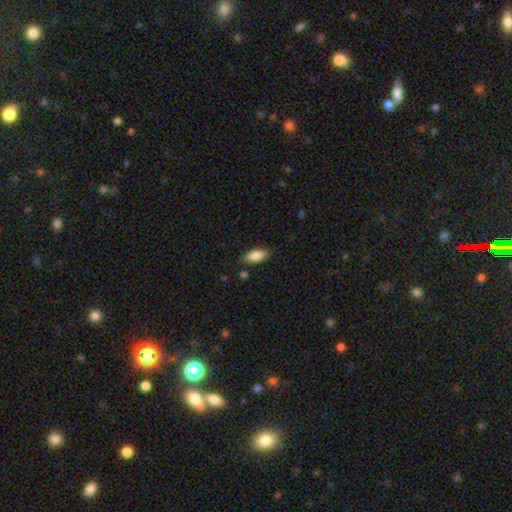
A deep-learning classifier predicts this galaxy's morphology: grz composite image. It shows a smooth galaxy with no disk features (84%) that is in between round and cigar-shaped (86%). Merging: none (81%).